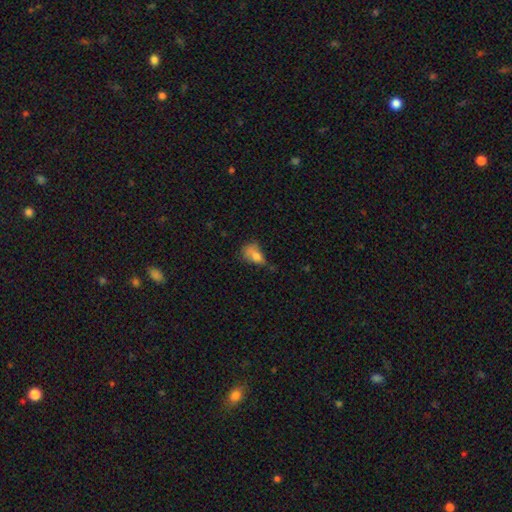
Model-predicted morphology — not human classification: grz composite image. It shows a smooth galaxy with no disk features (73%) that is in between round and cigar-shaped (78%). Merging: minor disturbance (34%).